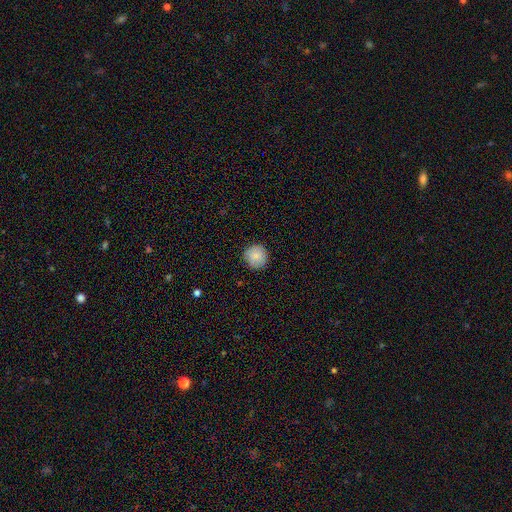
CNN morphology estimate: Smooth or featured? smooth (83%)
How rounded? round (94%)
Merging? none (86%)